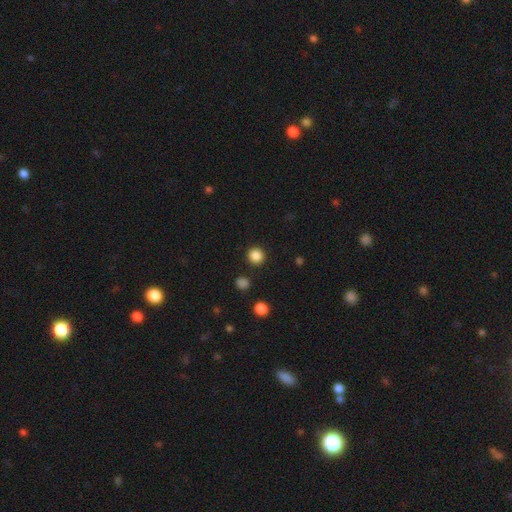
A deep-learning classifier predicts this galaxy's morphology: A smooth galaxy with no disk features (86%) that is round (94%).

Vote fractions:
- Smooth or featured? smooth: 86% / star or artifact: 11% / featured or disk: 3%
- How rounded? round: 94% / in between: 5% / cigar-shaped: 1%
- Merging? none: 91% / minor disturbance: 5% / major disturbance: 2% / merger: 2%